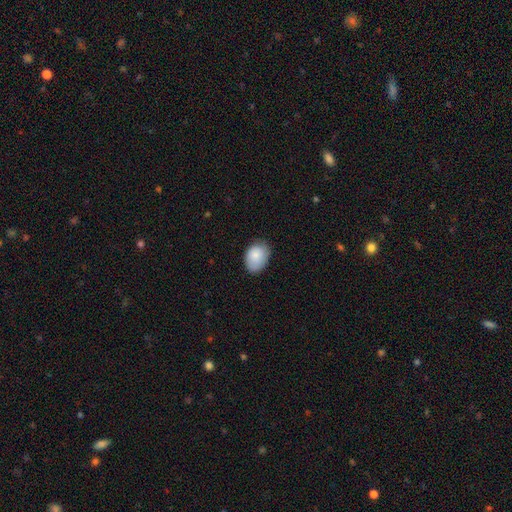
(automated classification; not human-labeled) Smooth or featured? smooth (85%)
How rounded? in between (79%)
Merging? none (74%)